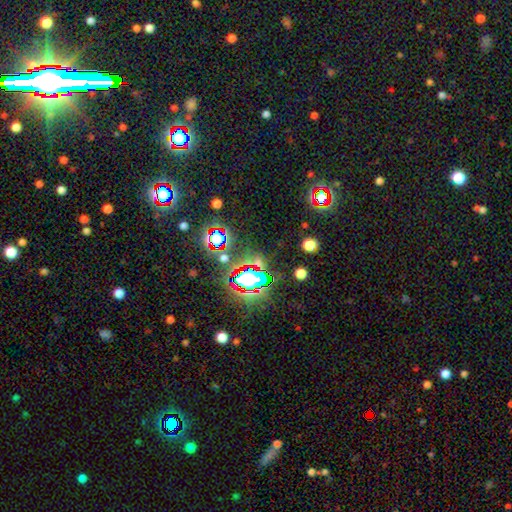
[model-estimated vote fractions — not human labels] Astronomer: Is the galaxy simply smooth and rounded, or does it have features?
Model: star or artifact — 81%.